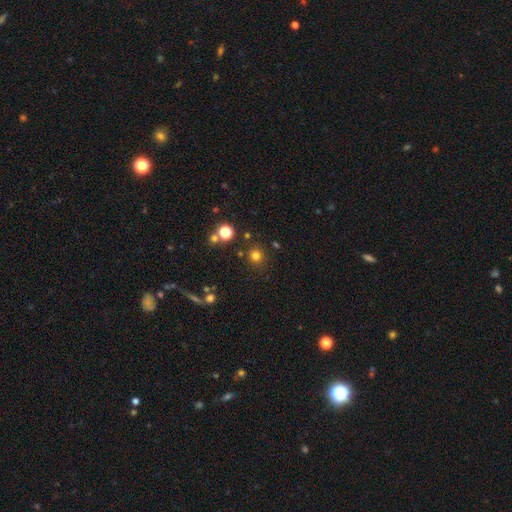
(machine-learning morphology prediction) Smooth or featured? smooth (75%)
How rounded? round (93%)
Merging? none (85%)